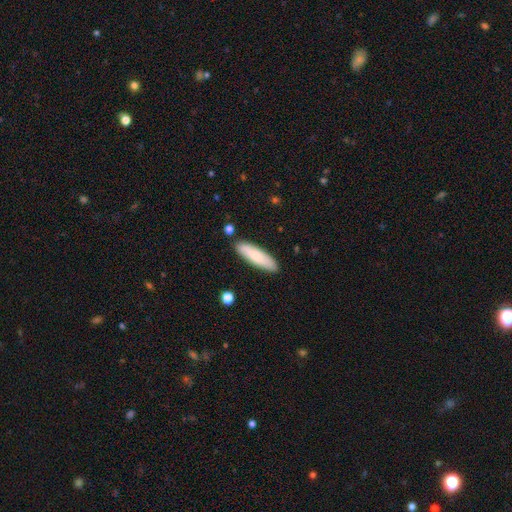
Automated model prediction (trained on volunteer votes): Smooth or featured: smooth — 78% (featured or disk — 16%)
How rounded: cigar-shaped — 63% (in between — 35%)
Merging: none — 86% (minor disturbance — 10%)